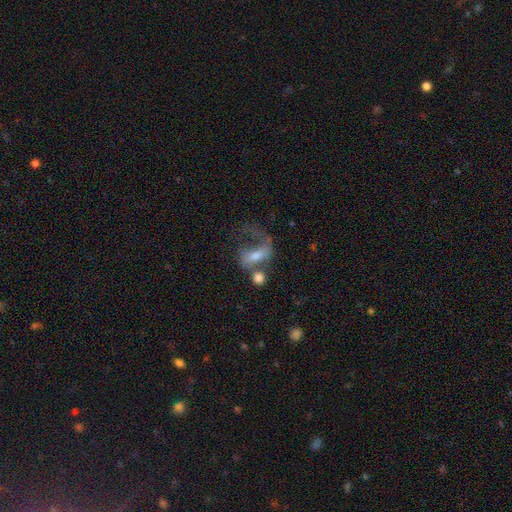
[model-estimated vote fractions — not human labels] A featured or disk galaxy (55%) with no bar (41%), spiral arms (64%) and a moderate central bulge (47%). Merging: major disturbance (37%).